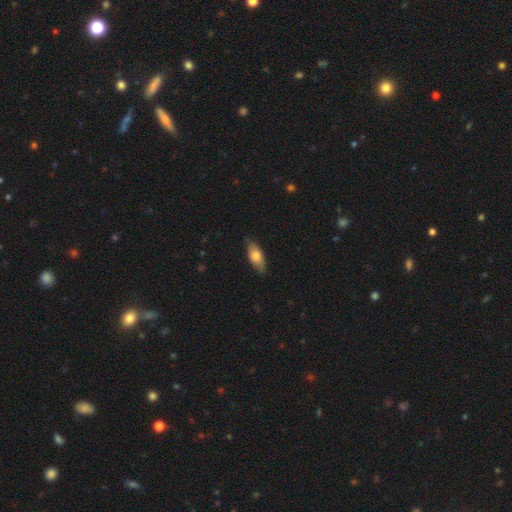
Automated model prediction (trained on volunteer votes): Smooth or featured? Predicted: smooth (p=0.68). How rounded? Predicted: in between (p=0.74). Merging? Predicted: none (p=0.82).